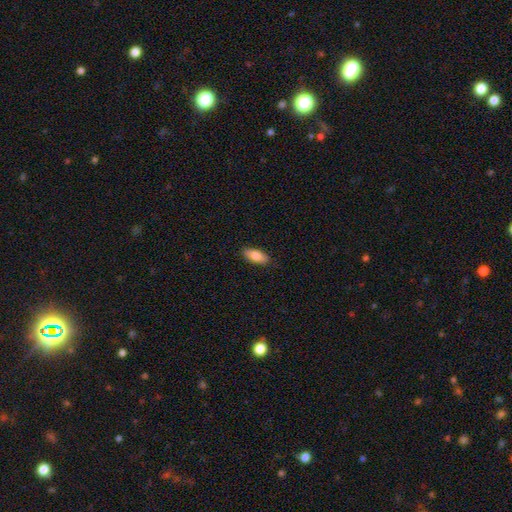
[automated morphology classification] Smooth or featured?
  - smooth: 84% *
  - featured or disk: 10%
  - star or artifact: 6%
How rounded?
  - in between: 82% *
  - cigar-shaped: 16%
  - round: 2%
Merging?
  - none: 88% *
  - minor disturbance: 9%
  - major disturbance: 2%
  - merger: 1%